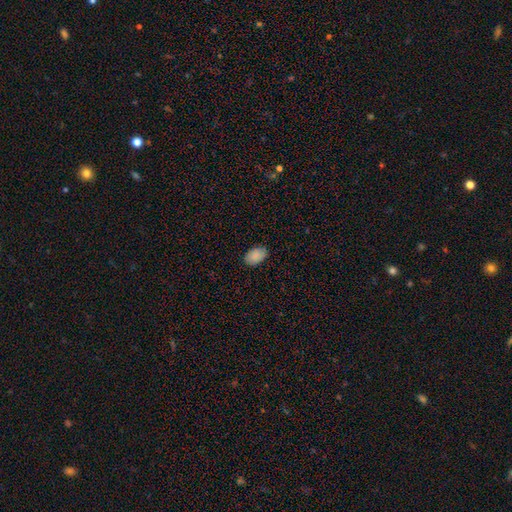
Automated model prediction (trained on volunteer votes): Smooth or featured: smooth — 89% (star or artifact — 7%)
How rounded: in between — 89% (round — 9%)
Merging: none — 86% (minor disturbance — 11%)